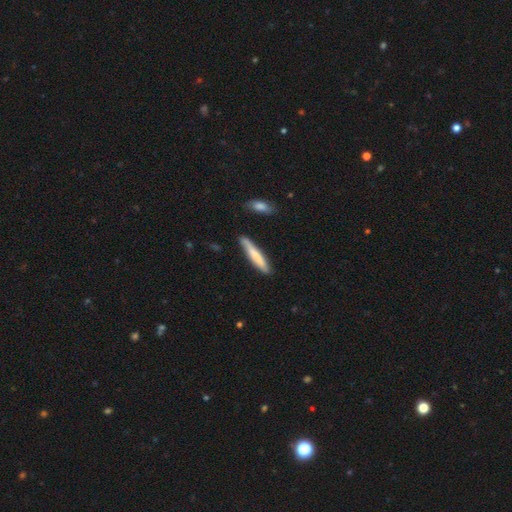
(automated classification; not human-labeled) This appears to be a smooth galaxy with no disk features (71%) that is cigar-shaped (92%). Merging: none (81%).